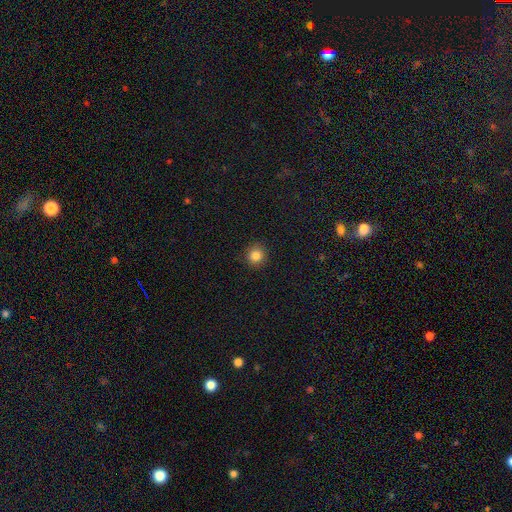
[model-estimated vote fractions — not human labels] A smooth galaxy with no disk features (84%) that is round (93%). Merging: none (91%).